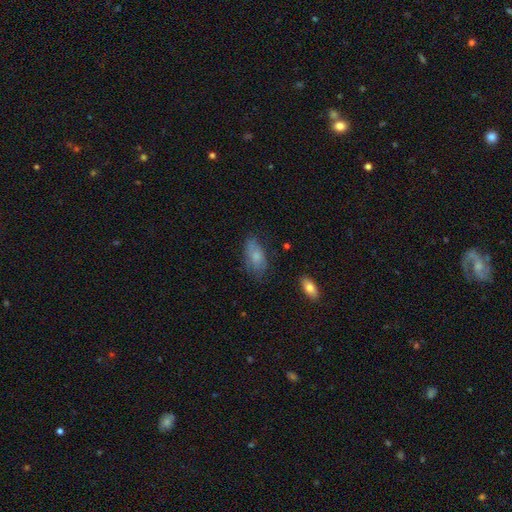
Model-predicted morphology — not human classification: Smooth or featured? smooth (71%)
How rounded? in between (91%)
Merging? none (63%)